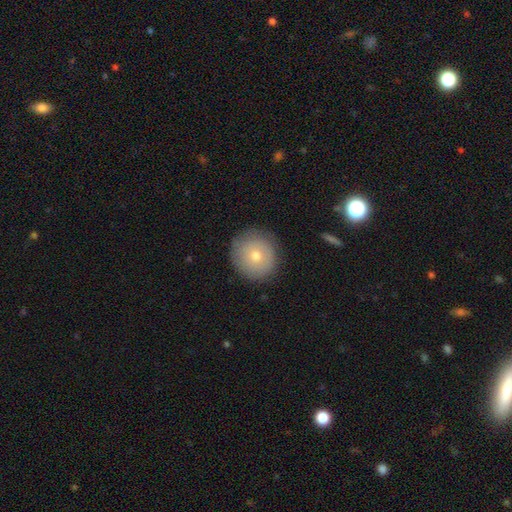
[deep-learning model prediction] smooth_or_featured: smooth (p=0.67) [alt: featured or disk p=0.23]
how_rounded: round (p=0.93) [alt: in between p=0.06]
merging: none (p=0.86) [alt: minor disturbance p=0.10]